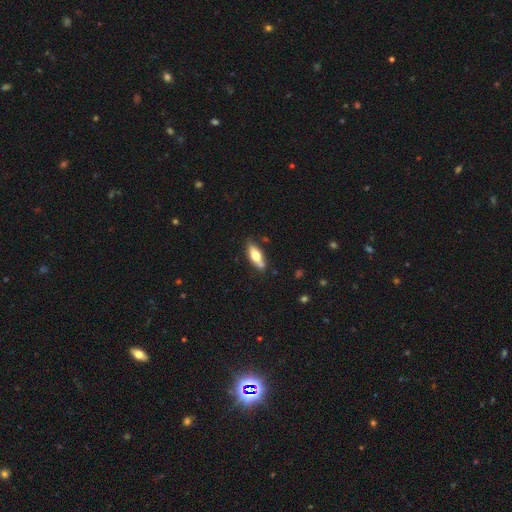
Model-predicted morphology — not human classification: The model was most divided on "smooth or featured": smooth: 59%, featured or disk: 35%, star or artifact: 6%. More confident: merging — none (71%); how rounded — in between (68%).